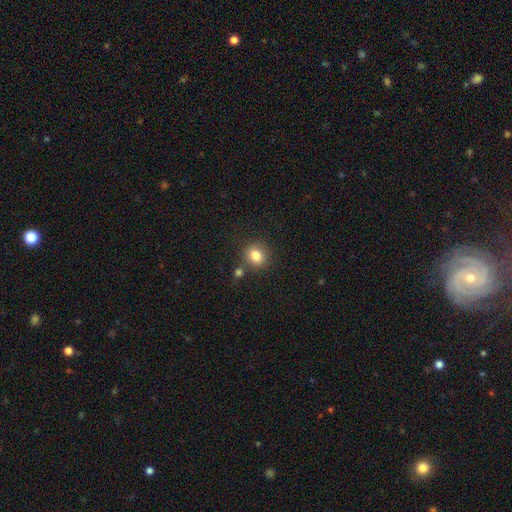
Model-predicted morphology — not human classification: This appears to be a smooth galaxy with no disk features (83%) that is round (78%). Merging: none (78%).